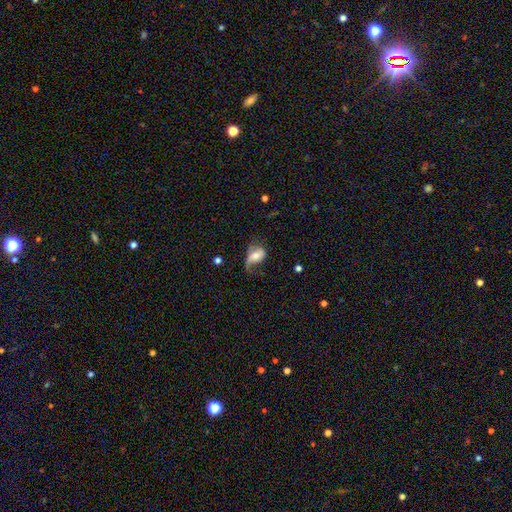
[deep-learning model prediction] Q: Smooth or featured?
A: featured or disk (53%); runner-up: smooth (39%)
Q: Edge-on disk?
A: no (94%); runner-up: yes (6%)
Q: Merging?
A: major disturbance (36%); runner-up: none (34%)